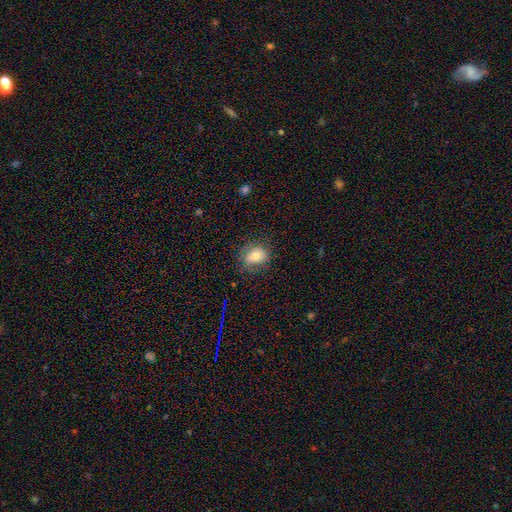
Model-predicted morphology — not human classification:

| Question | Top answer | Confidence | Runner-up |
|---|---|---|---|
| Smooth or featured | smooth | 69% | featured or disk (20%) |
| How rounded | in between | 51% | round (48%) |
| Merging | none | 71% | minor disturbance (20%) |